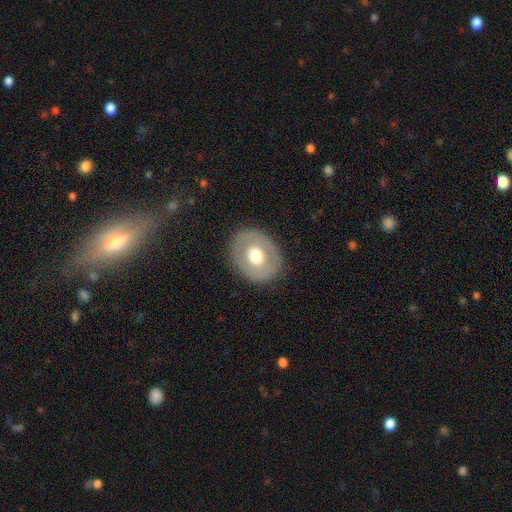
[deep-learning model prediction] Smooth or featured?
  - smooth: 55% *
  - featured or disk: 38%
  - star or artifact: 7%
How rounded?
  - round: 57% *
  - in between: 43%
  - cigar-shaped: 1%
Merging?
  - none: 85% *
  - minor disturbance: 10%
  - major disturbance: 4%
  - merger: 1%